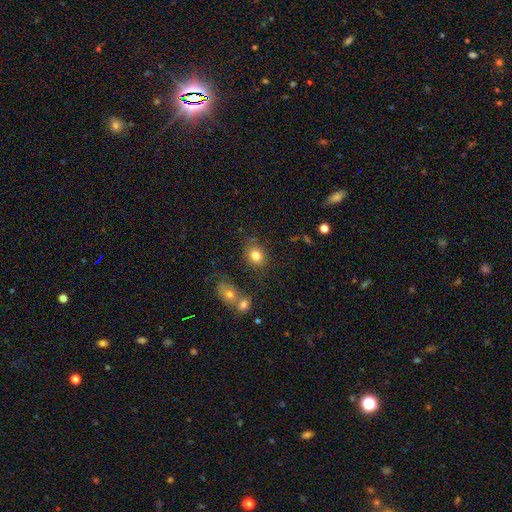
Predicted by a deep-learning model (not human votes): The model was most divided on "how rounded": round: 68%, in between: 31%, cigar-shaped: 1%. More confident: smooth or featured — smooth (80%); merging — none (75%).